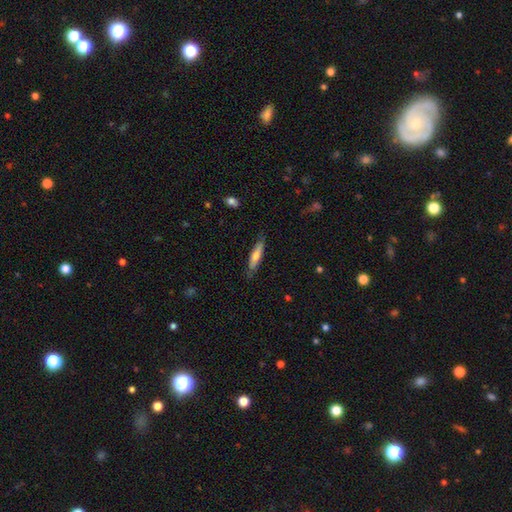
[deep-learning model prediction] Smooth or featured?
  - smooth: 64% *
  - featured or disk: 31%
  - star or artifact: 6%
How rounded?
  - cigar-shaped: 78% *
  - in between: 21%
  - round: 2%
Merging?
  - none: 78% *
  - minor disturbance: 17%
  - major disturbance: 3%
  - merger: 1%